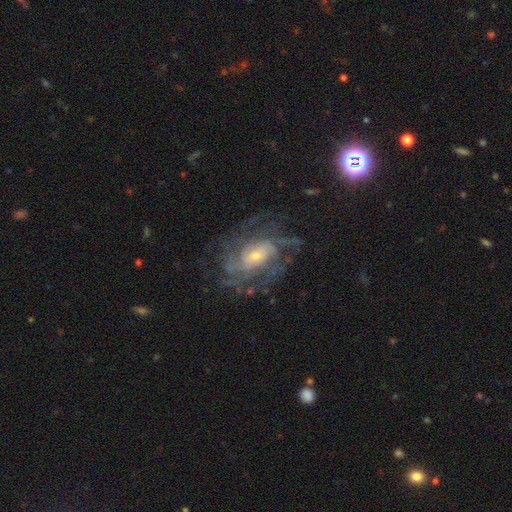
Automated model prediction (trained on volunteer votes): A featured or disk galaxy (85%) with no bar (56%), tight (49%) spiral arms (92%) and a small central bulge (61%). Merging: none (67%).